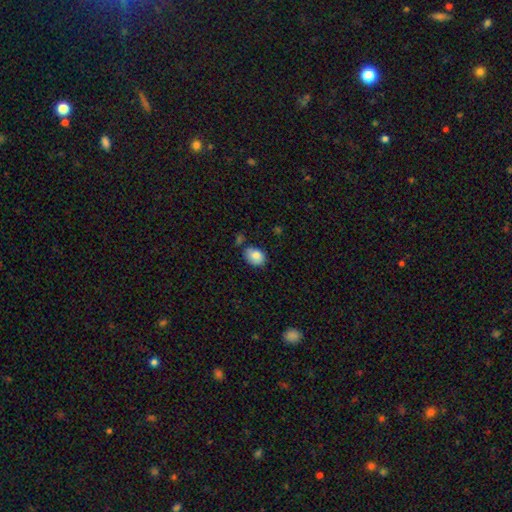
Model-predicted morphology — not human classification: A smooth galaxy with no disk features (84%) that is in between round and cigar-shaped (71%).

Vote fractions:
- Smooth or featured? smooth: 84% / featured or disk: 8% / star or artifact: 8%
- How rounded? in between: 71% / round: 28% / cigar-shaped: 1%
- Merging? none: 67% / minor disturbance: 22% / merger: 7% / major disturbance: 4%